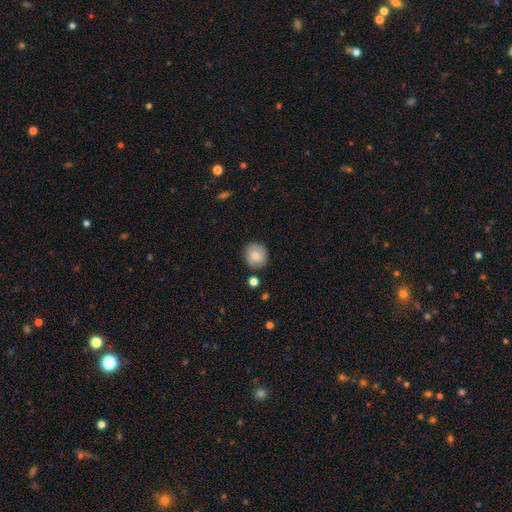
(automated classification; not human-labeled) Smooth or featured? Predicted: smooth (p=0.80). How rounded? Predicted: round (p=0.89). Merging? Predicted: none (p=0.86).